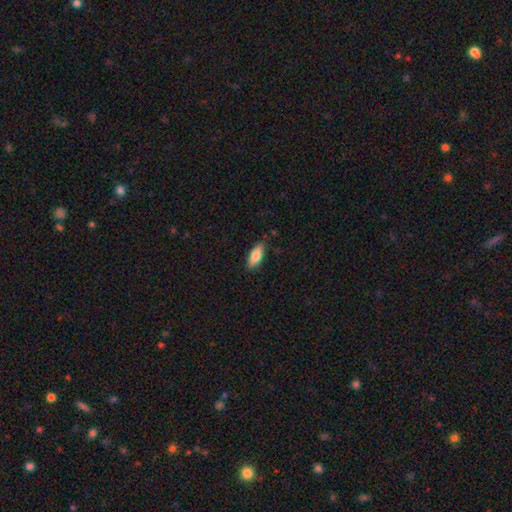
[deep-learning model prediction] Smooth or featured? Predicted: smooth (p=0.78). How rounded? Predicted: in between (p=0.71). Merging? Predicted: none (p=0.83).